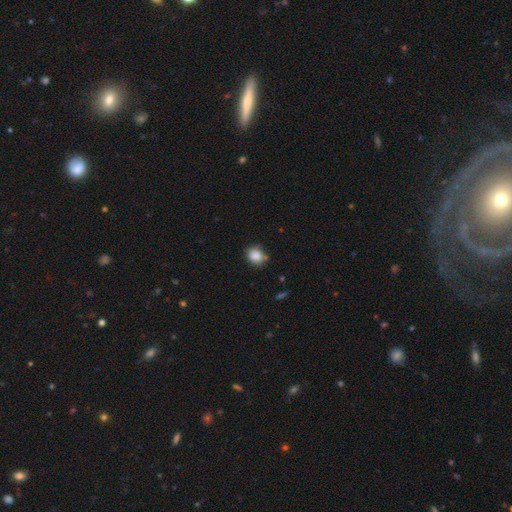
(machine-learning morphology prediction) smooth-or-featured: smooth: 85% | star or artifact: 10% | featured or disk: 5%
  how-rounded: round: 70% | in between: 29% | cigar-shaped: 1%
  merging: none: 67% | minor disturbance: 23% | merger: 5% | major disturbance: 5%